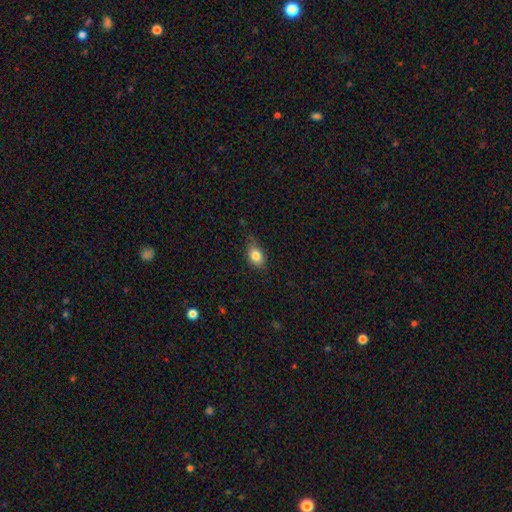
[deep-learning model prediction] Smooth or featured? Predicted: smooth (p=0.83). How rounded? Predicted: in between (p=0.78). Merging? Predicted: none (p=0.71).